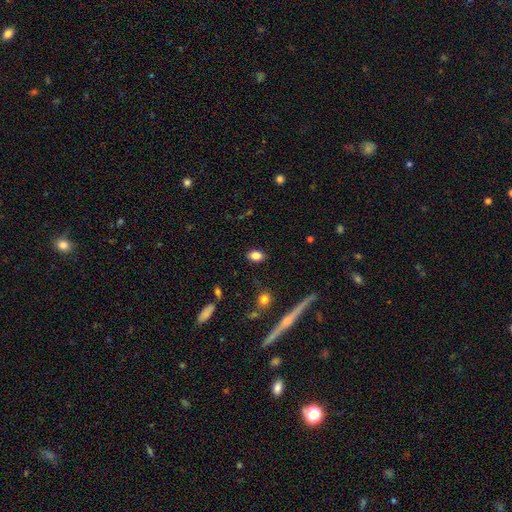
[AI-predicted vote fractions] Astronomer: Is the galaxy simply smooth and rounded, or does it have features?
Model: smooth — 83%.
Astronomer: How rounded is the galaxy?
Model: in between — 81%.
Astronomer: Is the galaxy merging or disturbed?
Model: none — 86%.